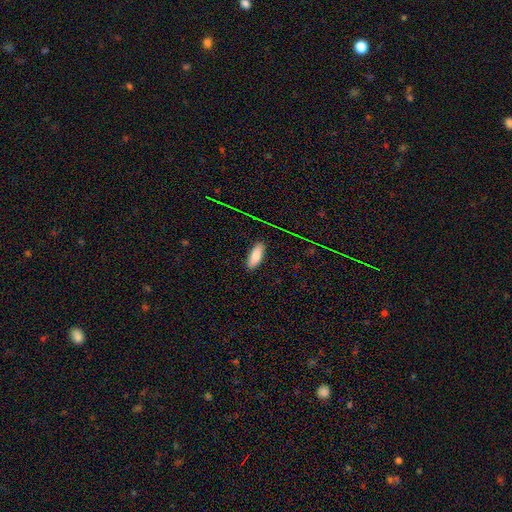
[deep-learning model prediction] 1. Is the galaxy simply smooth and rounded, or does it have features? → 81% smooth, 11% featured or disk, 8% star or artifact.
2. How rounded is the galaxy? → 73% in between, 26% cigar-shaped, 2% round.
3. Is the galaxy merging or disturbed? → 87% none, 10% minor disturbance, 2% major disturbance, 1% merger.